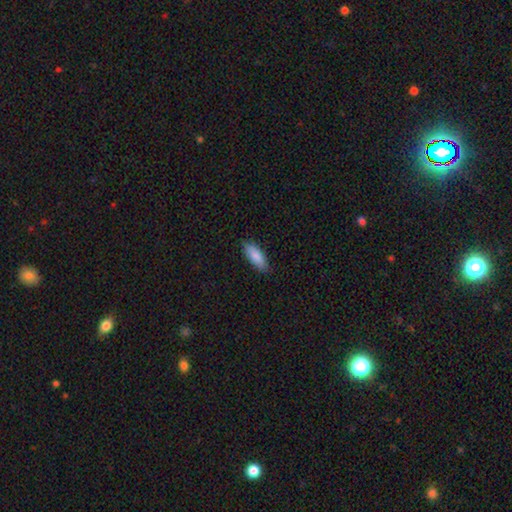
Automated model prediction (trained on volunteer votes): smooth-or-featured: smooth: 87% | featured or disk: 7% | star or artifact: 6%
  how-rounded: in between: 71% | cigar-shaped: 28% | round: 2%
  merging: none: 87% | minor disturbance: 11% | major disturbance: 2% | merger: 1%